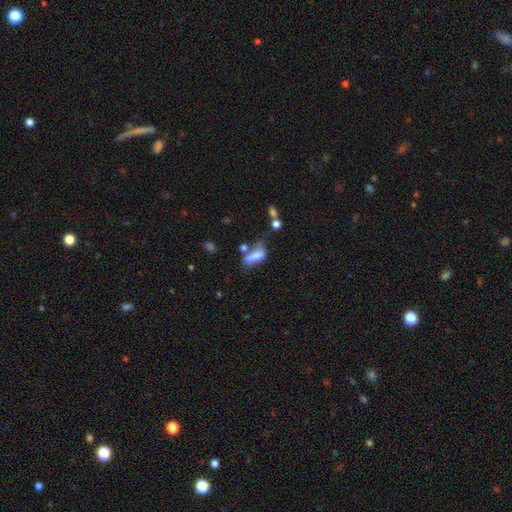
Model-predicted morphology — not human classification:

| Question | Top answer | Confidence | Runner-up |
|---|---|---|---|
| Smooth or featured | smooth | 72% | featured or disk (19%) |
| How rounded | in between | 83% | cigar-shaped (12%) |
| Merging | none | 29% | minor disturbance (25%) |